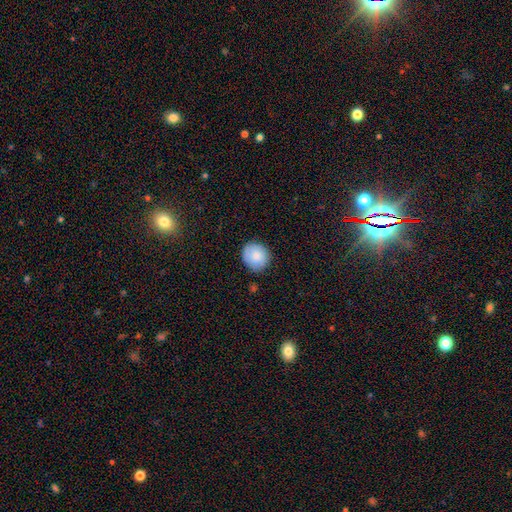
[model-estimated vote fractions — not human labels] Smooth or featured? smooth (84%)
How rounded? round (84%)
Merging? none (81%)